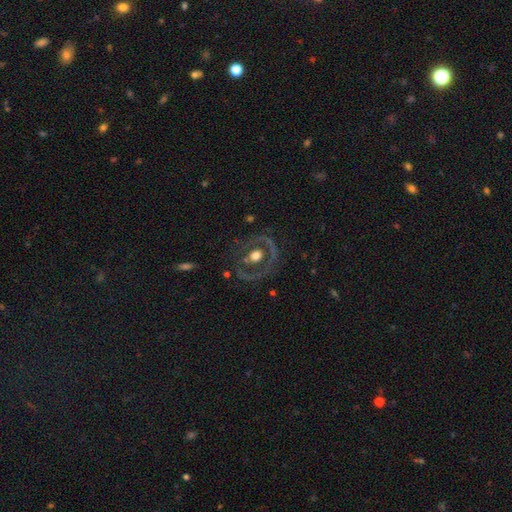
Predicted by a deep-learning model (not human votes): Smooth or featured?
  - featured or disk: 64% *
  - smooth: 29%
  - star or artifact: 7%
Edge-on disk?
  - no: 95% *
  - yes: 5%
Bar?
  - no: 81% *
  - weak: 13%
  - strong: 6%
Spiral arms?
  - no: 76% *
  - yes: 24%
Bulge size?
  - moderate: 53% *
  - large: 37%
  - small: 5%
  - dominant: 3%
  - none: 2%
Merging?
  - none: 71% *
  - minor disturbance: 15%
  - major disturbance: 11%
  - merger: 2%